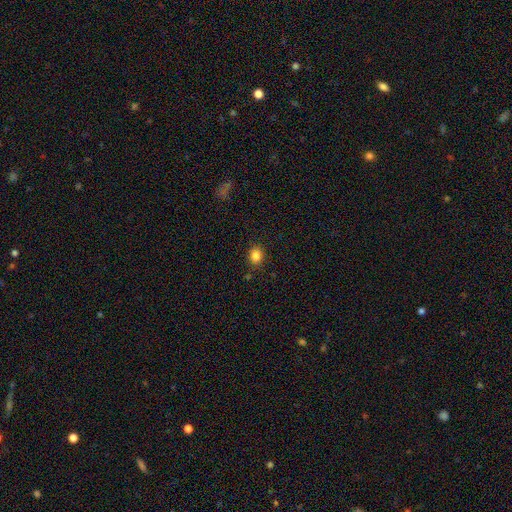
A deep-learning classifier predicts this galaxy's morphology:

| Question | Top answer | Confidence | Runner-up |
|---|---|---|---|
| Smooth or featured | smooth | 84% | star or artifact (11%) |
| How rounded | round | 64% | in between (35%) |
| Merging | none | 87% | minor disturbance (8%) |